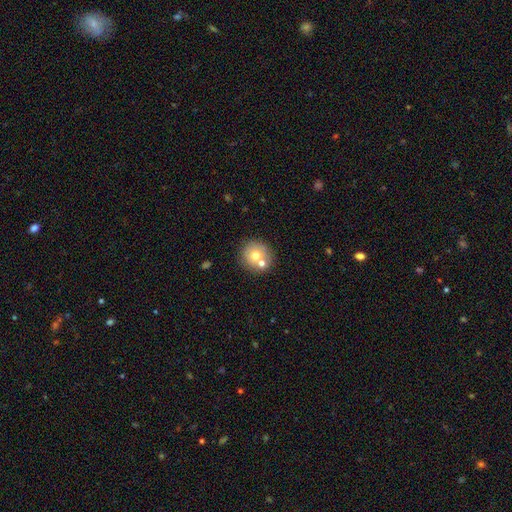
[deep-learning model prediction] Morphology: type=smooth (68%); roundness=round (91%); merging=none (64%).